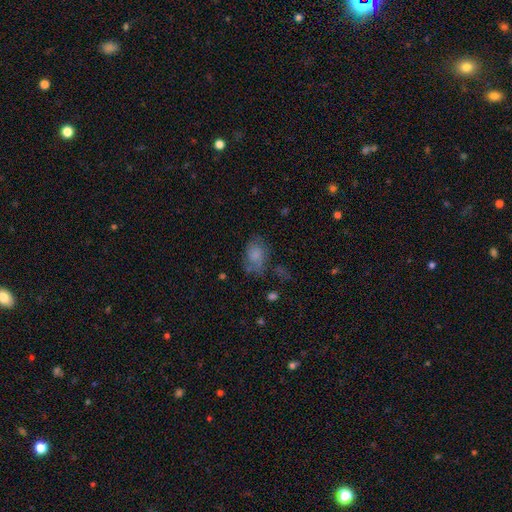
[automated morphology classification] This appears to be a smooth galaxy with no disk features (61%) that is in between round and cigar-shaped (78%). Merging: none (51%).